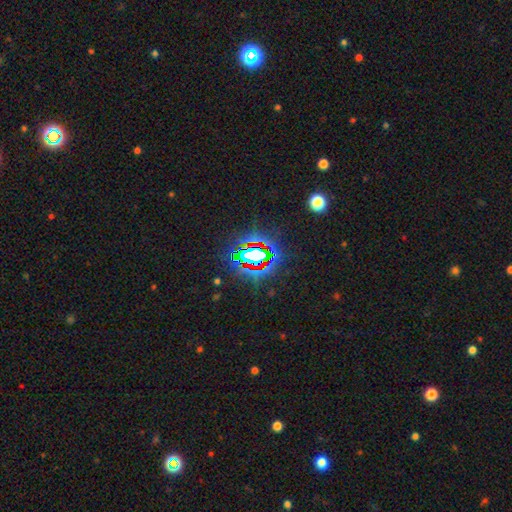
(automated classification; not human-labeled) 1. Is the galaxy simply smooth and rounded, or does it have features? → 75% star or artifact, 14% smooth, 11% featured or disk.